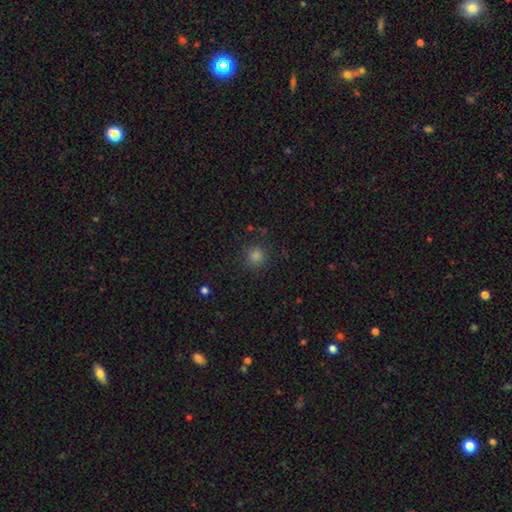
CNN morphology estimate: This is likely a smooth galaxy (77%). How rounded: clearly round (93%). Merging: clearly none (89%).